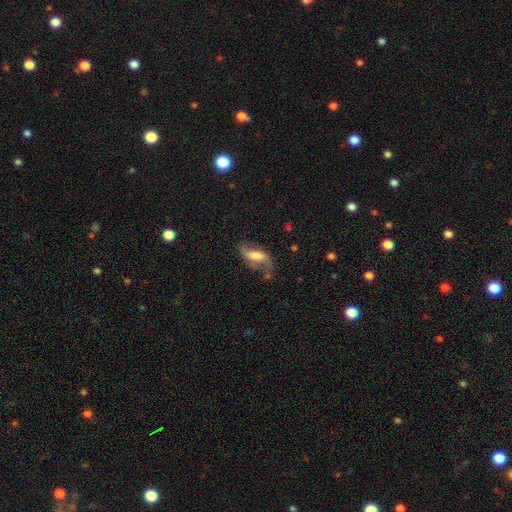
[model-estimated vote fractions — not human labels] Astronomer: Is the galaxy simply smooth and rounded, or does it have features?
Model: featured or disk — 69%.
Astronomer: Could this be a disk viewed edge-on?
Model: no — 91%.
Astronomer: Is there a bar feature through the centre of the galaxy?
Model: weak — 41% (runner-up: strong, 31%).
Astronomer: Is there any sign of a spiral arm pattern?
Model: yes — 89%.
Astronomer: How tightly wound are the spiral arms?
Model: loose — 70%.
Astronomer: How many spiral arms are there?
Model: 2 — 87%.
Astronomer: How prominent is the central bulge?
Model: moderate — 42% (runner-up: large, 25%).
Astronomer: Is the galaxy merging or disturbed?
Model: none — 56%.